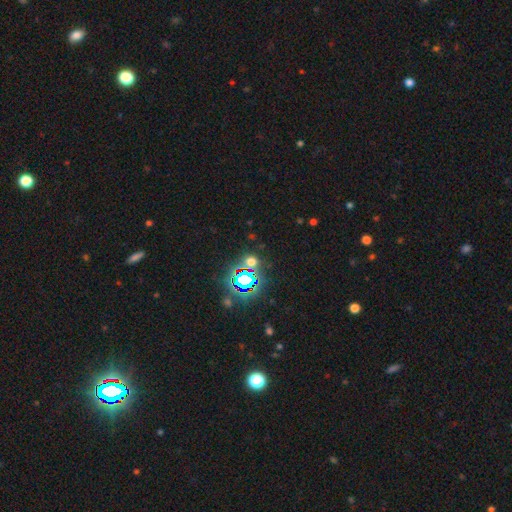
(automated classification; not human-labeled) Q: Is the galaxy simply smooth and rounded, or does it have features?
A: star or artifact — 81%.